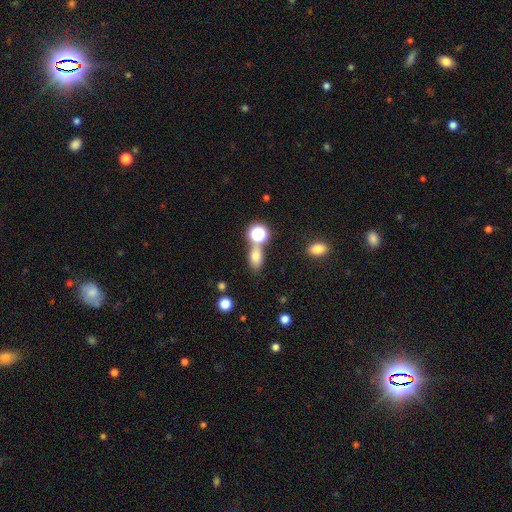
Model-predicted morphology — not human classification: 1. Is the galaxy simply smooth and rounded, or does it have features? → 71% smooth, 18% star or artifact, 11% featured or disk.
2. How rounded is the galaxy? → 75% in between, 20% round, 5% cigar-shaped.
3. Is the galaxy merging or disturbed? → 59% none, 24% merger, 11% minor disturbance, 5% major disturbance.